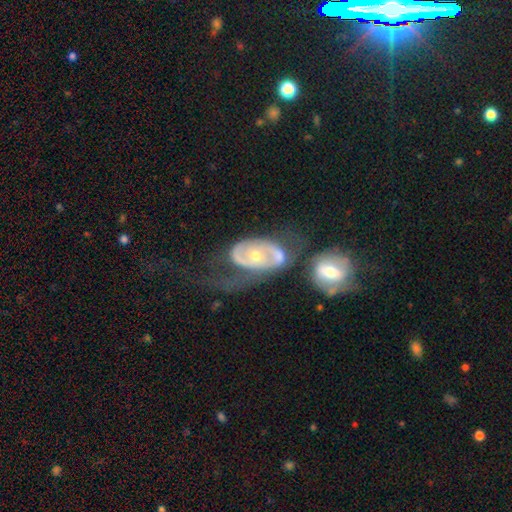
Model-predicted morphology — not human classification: Overall: featured or disk (78%). Edge-on disk: no (95%). Bar: no (64%; weak 25%). Spiral arms: yes (76%). Spiral arm count: 2 (63%). Spiral winding: medium (38%; tight 31%). Bulge size: moderate (55%; small 41%). Merging: merger (40%; major disturbance 25%).